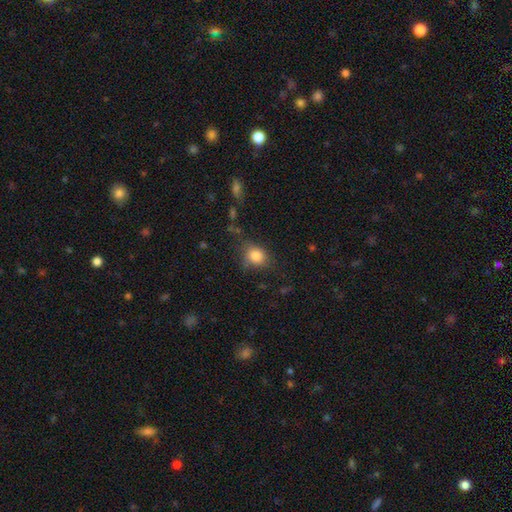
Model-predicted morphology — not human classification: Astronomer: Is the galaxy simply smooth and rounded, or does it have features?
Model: smooth — 82%.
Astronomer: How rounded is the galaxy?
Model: round — 63%.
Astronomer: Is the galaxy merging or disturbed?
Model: none — 66%.